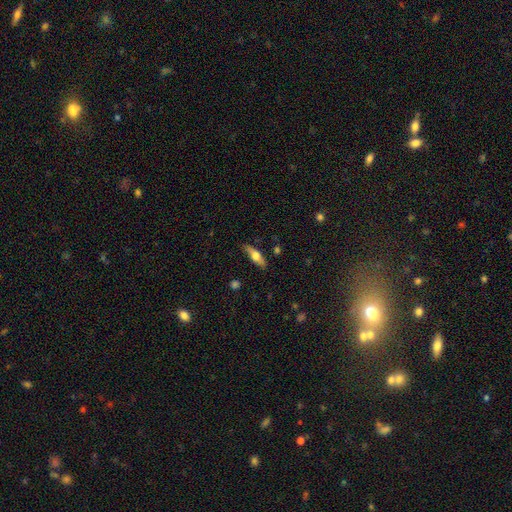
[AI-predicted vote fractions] Smooth or featured? smooth (48%)
Merging? none (83%)